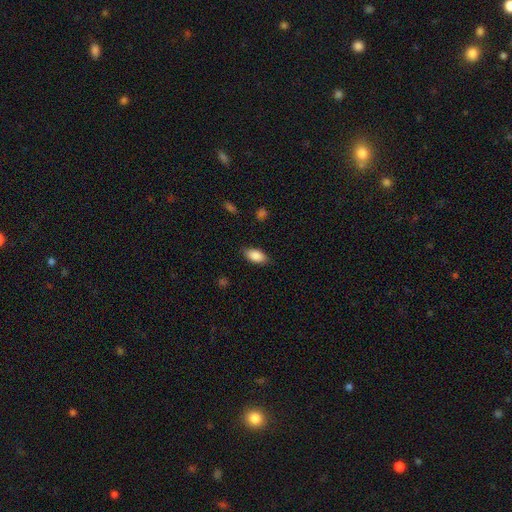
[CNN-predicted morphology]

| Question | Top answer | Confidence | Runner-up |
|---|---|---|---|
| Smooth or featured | smooth | 88% | star or artifact (7%) |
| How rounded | in between | 92% | cigar-shaped (5%) |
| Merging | none | 84% | minor disturbance (12%) |